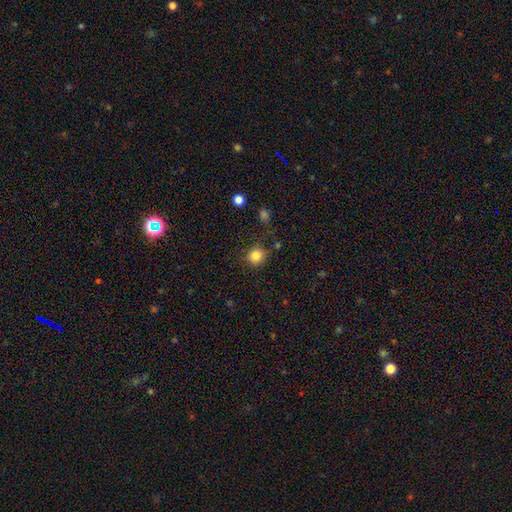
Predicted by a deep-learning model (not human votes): Smooth or featured?
  - smooth: 83% *
  - star or artifact: 11%
  - featured or disk: 5%
How rounded?
  - round: 89% *
  - in between: 10%
  - cigar-shaped: 1%
Merging?
  - none: 81% *
  - minor disturbance: 12%
  - major disturbance: 4%
  - merger: 3%